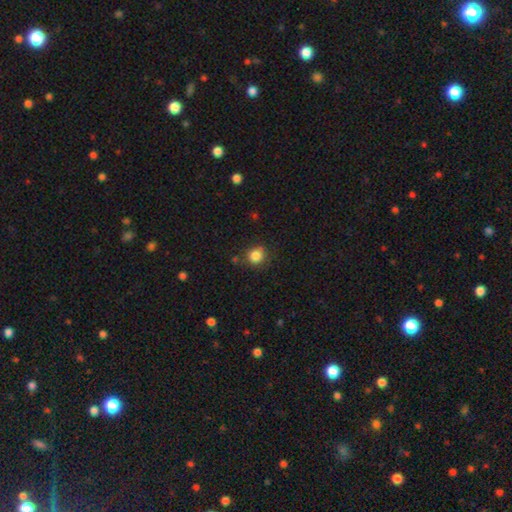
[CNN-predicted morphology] A smooth galaxy with no disk features (85%) that is round (82%). Merging: none (79%).